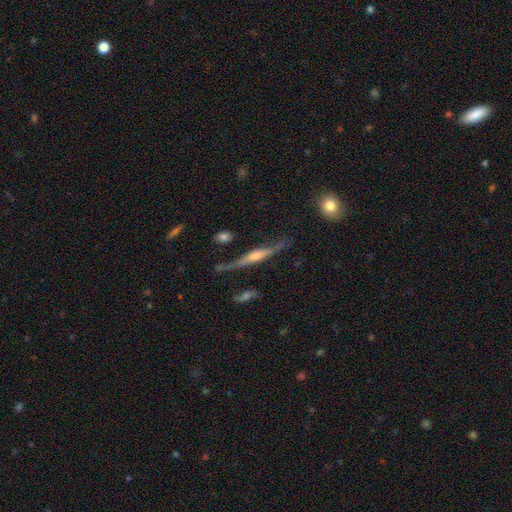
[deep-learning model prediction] smooth_or_featured: featured or disk (p=0.82) [alt: smooth p=0.11]
disk_edge_on: yes (p=0.97) [alt: no p=0.03]
edge_on_bulge: rounded (p=0.83) [alt: boxy p=0.09]
merging: none (p=0.82) [alt: minor disturbance p=0.12]